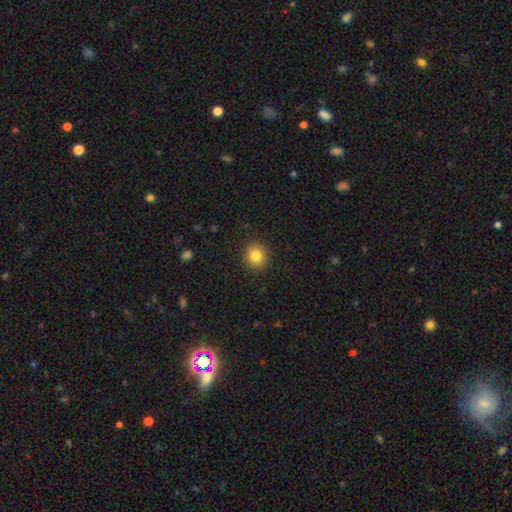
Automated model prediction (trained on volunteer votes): Smooth or featured? Predicted: smooth (p=0.83). How rounded? Predicted: round (p=0.90). Merging? Predicted: none (p=0.90).